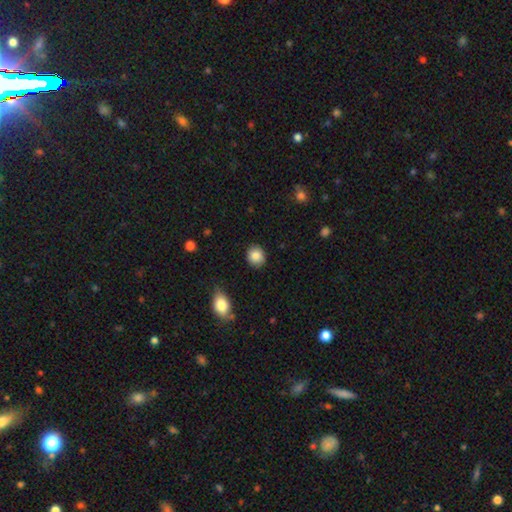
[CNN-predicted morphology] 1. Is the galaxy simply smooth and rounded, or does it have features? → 87% smooth, 8% star or artifact, 5% featured or disk.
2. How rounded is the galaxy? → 75% round, 24% in between, 1% cigar-shaped.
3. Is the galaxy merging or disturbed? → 87% none, 9% minor disturbance, 2% major disturbance, 1% merger.